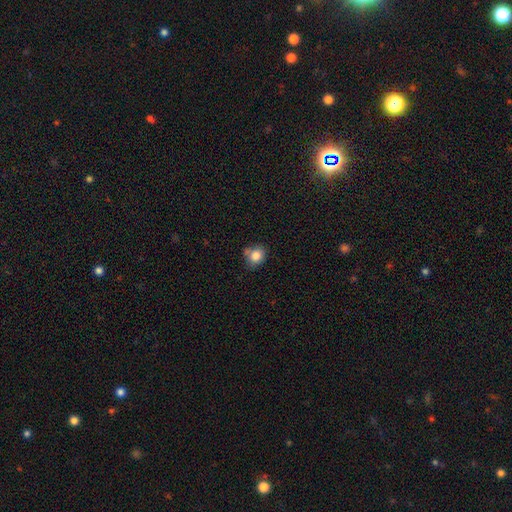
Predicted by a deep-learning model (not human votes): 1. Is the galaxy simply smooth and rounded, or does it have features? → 83% smooth, 10% star or artifact, 7% featured or disk.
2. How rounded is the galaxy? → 69% round, 30% in between, 1% cigar-shaped.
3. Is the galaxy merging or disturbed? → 63% none, 20% minor disturbance, 12% merger, 5% major disturbance.